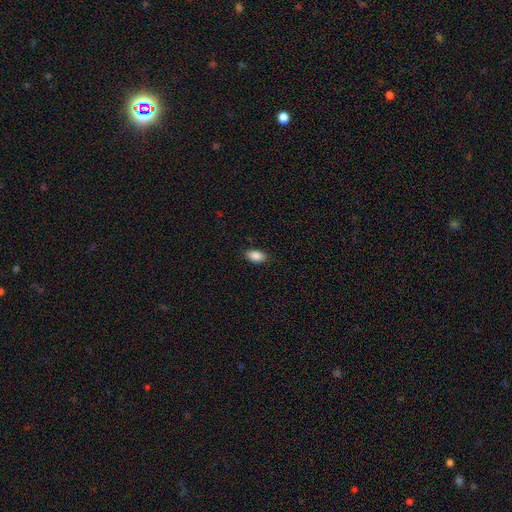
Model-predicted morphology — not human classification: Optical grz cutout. It shows a smooth galaxy with no disk features (88%) that is in between round and cigar-shaped (93%). Merging: none (87%).